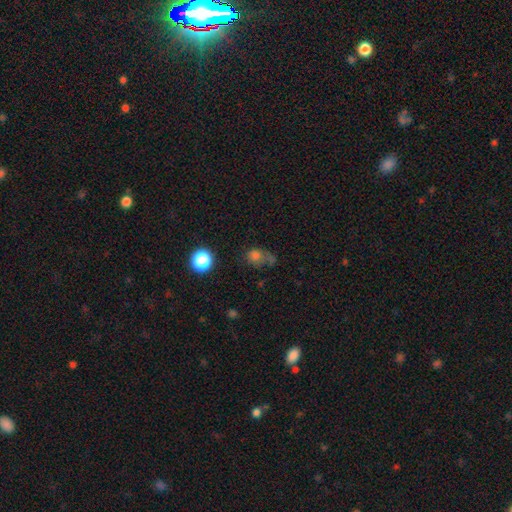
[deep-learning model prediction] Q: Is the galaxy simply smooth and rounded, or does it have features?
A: smooth — 66%.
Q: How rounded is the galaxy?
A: round — 69%.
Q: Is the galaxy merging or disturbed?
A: none — 44%.